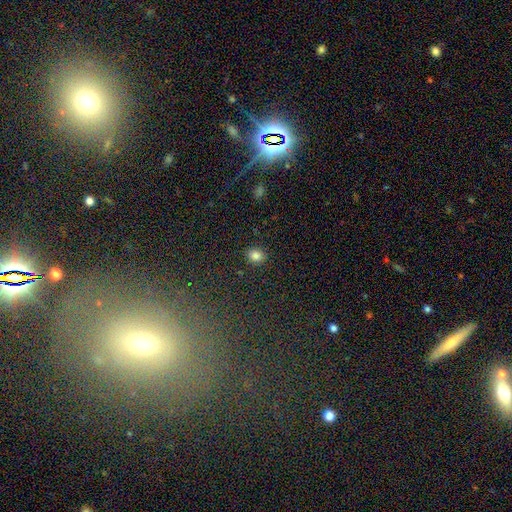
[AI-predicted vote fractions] Smooth or featured?
  - smooth: 84% *
  - star or artifact: 12%
  - featured or disk: 5%
How rounded?
  - round: 57% *
  - in between: 42%
  - cigar-shaped: 1%
Merging?
  - none: 89% *
  - minor disturbance: 8%
  - major disturbance: 2%
  - merger: 1%